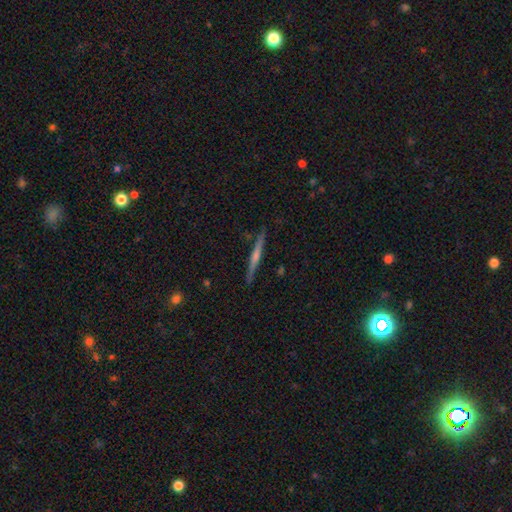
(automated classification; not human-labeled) This is likely a featured or disk galaxy (69%). It is clearly viewed edge-on (97%). Edge-on bulge: likely rounded (68%). Merging: clearly none (89%).